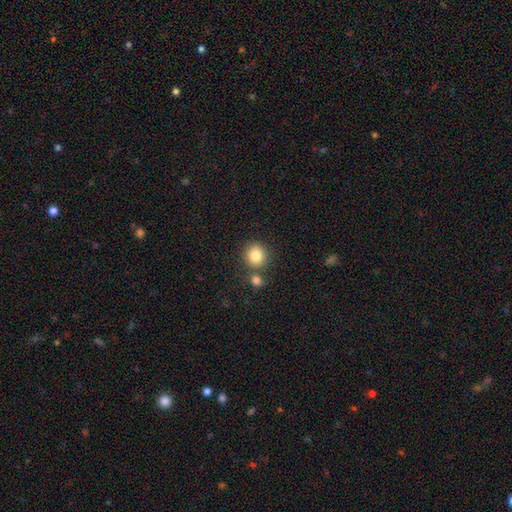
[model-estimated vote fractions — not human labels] Morphology: type=smooth (83%); roundness=round (87%); merging=none (74%).